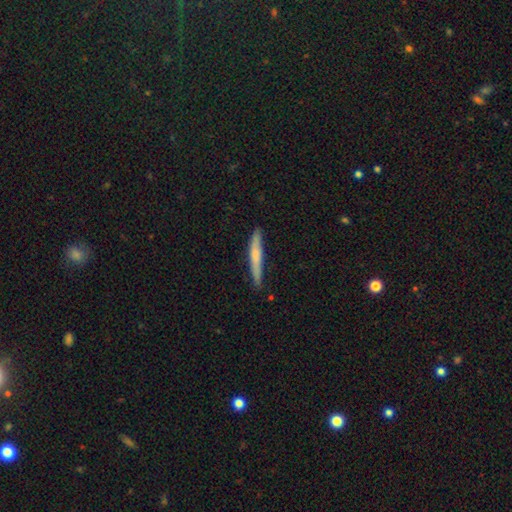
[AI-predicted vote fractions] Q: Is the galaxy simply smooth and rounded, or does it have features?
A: smooth — 59%.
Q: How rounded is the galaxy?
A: cigar-shaped — 95%.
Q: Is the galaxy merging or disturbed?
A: none — 85%.